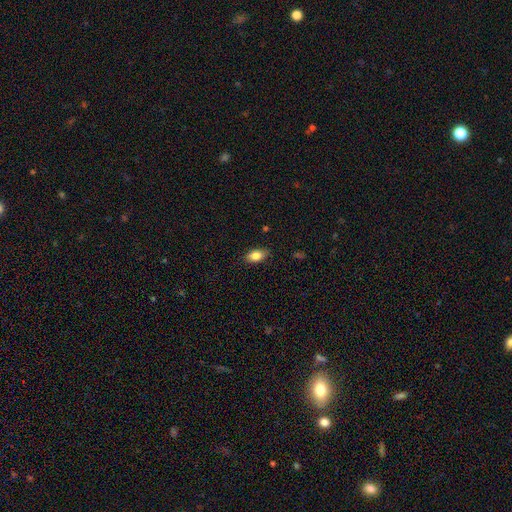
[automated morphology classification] type=smooth (85%); roundness=in between (89%); merging=none (85%).